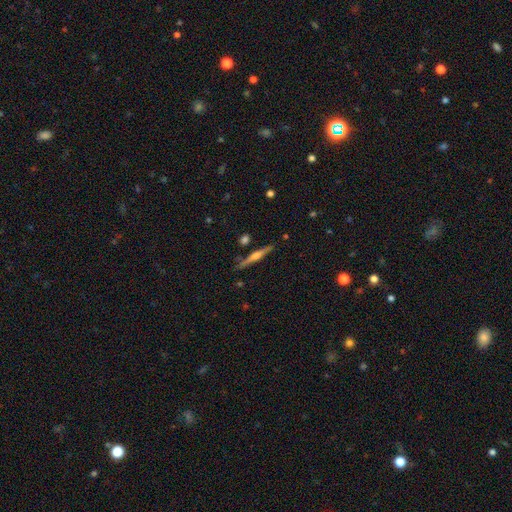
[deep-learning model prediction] A featured or disk galaxy (72%) viewed edge-on (98%) with a rounded central bulge (77%). Merging: none (87%).